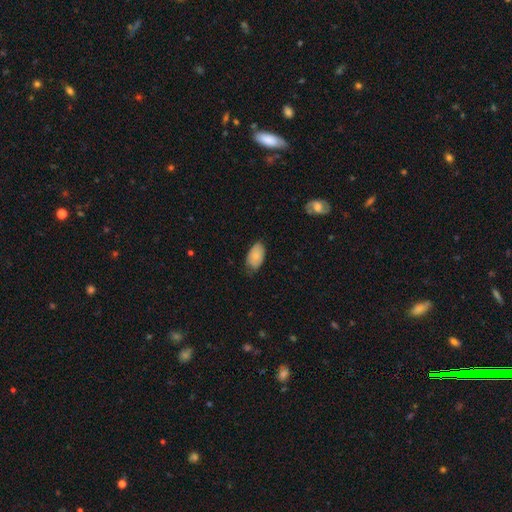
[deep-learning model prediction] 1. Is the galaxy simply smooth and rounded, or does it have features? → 80% smooth, 14% featured or disk, 6% star or artifact.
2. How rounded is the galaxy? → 94% in between, 5% round, 1% cigar-shaped.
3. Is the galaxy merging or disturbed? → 71% none, 24% minor disturbance, 4% major disturbance, 1% merger.